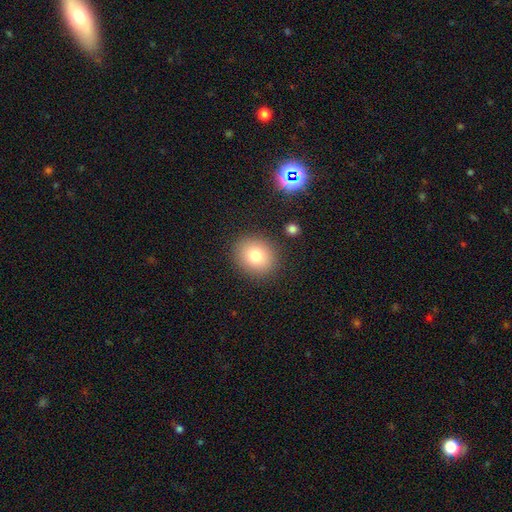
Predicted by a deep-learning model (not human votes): Overall: smooth (80%). How rounded: round (73%). Merging: none (87%).